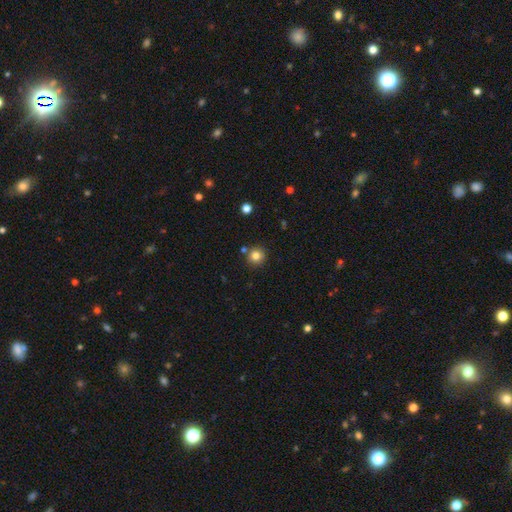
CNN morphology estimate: This is clearly a smooth galaxy (82%). How rounded: clearly round (94%). Merging: clearly none (83%).